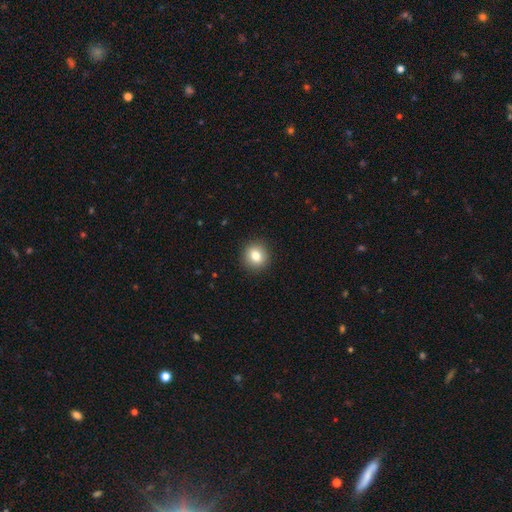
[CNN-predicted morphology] smooth 81%, star or artifact 10%, featured or disk 9%. Down the decision tree: how rounded — round (85%); merging — none (91%).